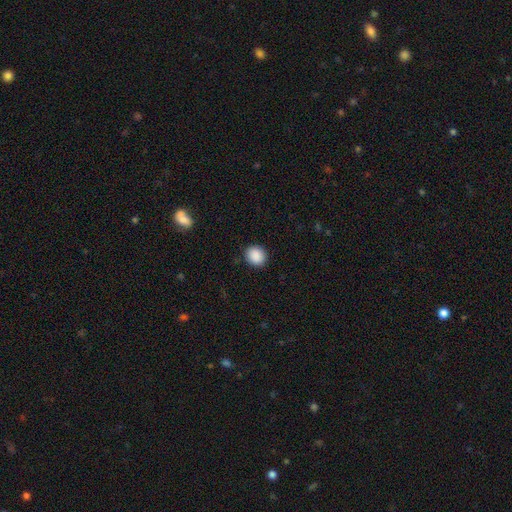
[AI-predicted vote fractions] Smooth or featured? smooth (90%)
How rounded? round (80%)
Merging? none (90%)